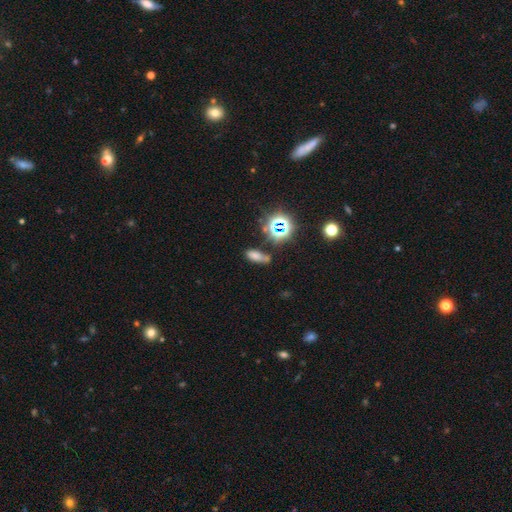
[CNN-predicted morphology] A smooth galaxy with no disk features (62%) that is in between round and cigar-shaped (75%). Merging: none (51%).